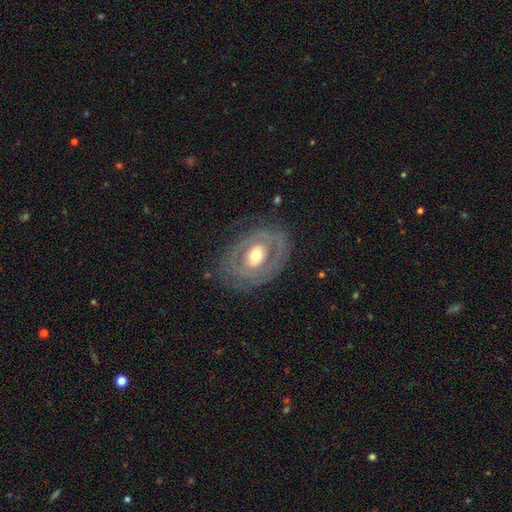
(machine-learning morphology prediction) This appears to be a featured or disk galaxy (66%) with no bar (67%), no spiral arms (62%) and a moderate central bulge (67%). Merging: none (74%).